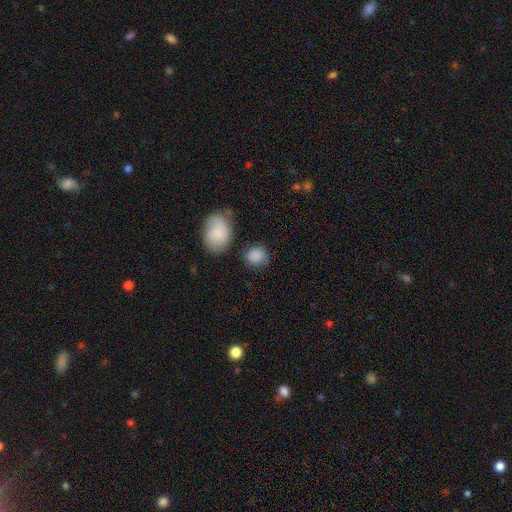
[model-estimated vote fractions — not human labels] smooth_or_featured: smooth (p=0.87) [alt: star or artifact p=0.08]
how_rounded: round (p=0.73) [alt: in between p=0.26]
merging: none (p=0.75) [alt: minor disturbance p=0.14]